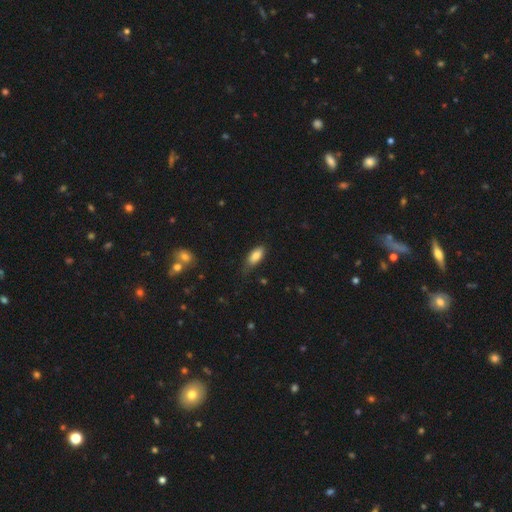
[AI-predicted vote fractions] Smooth or featured: smooth — 83% (featured or disk — 10%)
How rounded: in between — 86% (cigar-shaped — 12%)
Merging: none — 64% (minor disturbance — 28%)